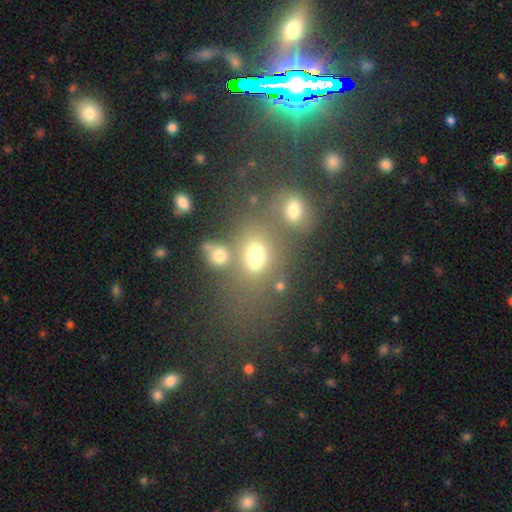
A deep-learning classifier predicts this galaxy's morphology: Smooth or featured? smooth (68%)
How rounded? in between (60%)
Merging? merger (40%)